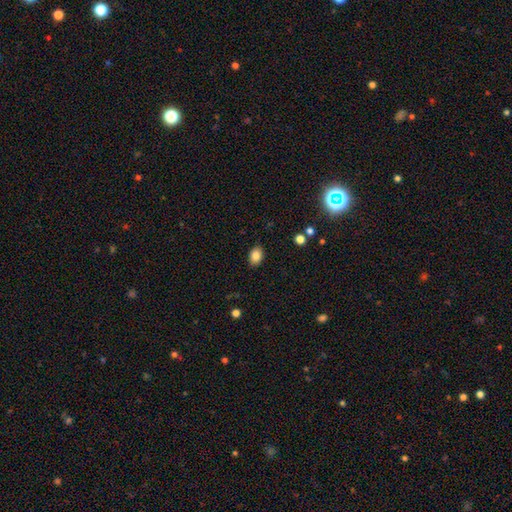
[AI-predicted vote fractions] Smooth or featured? Predicted: smooth (p=0.85). How rounded? Predicted: in between (p=0.81). Merging? Predicted: none (p=0.87).